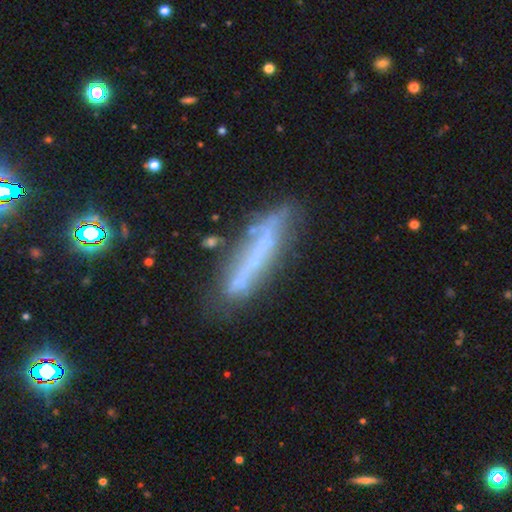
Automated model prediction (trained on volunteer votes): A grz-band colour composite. It shows a featured or disk galaxy (54%) viewed edge-on (73%). Merging: none (69%).